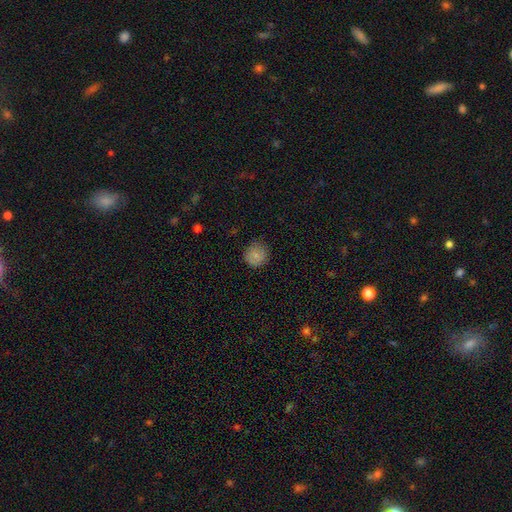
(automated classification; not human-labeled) A smooth galaxy with no disk features (78%) that is round (90%). Merging: none (82%).